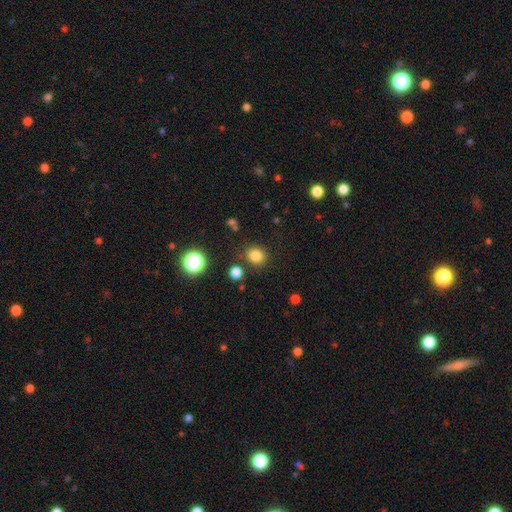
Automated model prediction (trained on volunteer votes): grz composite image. It shows a smooth galaxy with no disk features (81%) that is round (82%). Merging: none (85%).